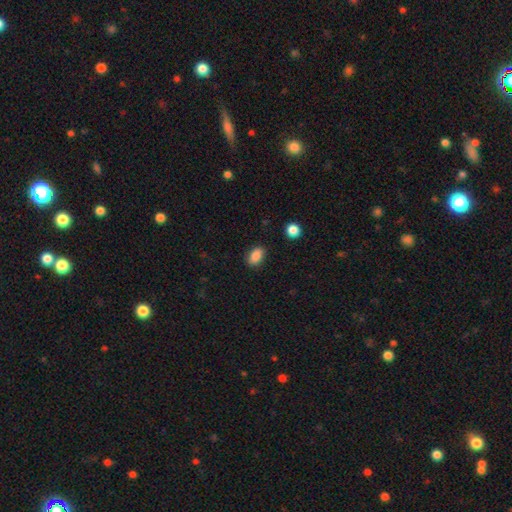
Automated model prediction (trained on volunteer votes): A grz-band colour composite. It shows a smooth galaxy with no disk features (87%) that is in between round and cigar-shaped (87%). Merging: none (86%).